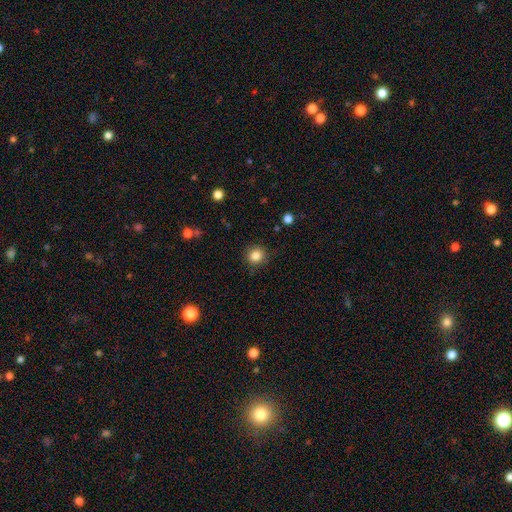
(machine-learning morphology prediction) Smooth or featured: smooth — 85% (star or artifact — 11%)
How rounded: round — 88% (in between — 11%)
Merging: none — 88% (minor disturbance — 8%)